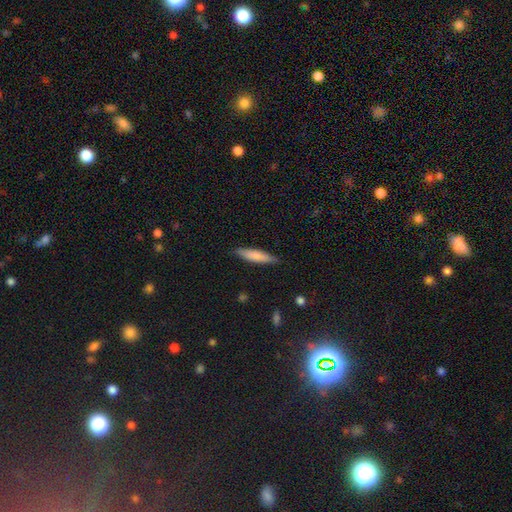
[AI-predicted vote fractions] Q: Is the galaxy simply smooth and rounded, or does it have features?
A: smooth — 74%.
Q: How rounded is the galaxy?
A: cigar-shaped — 84%.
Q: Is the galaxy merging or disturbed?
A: none — 88%.